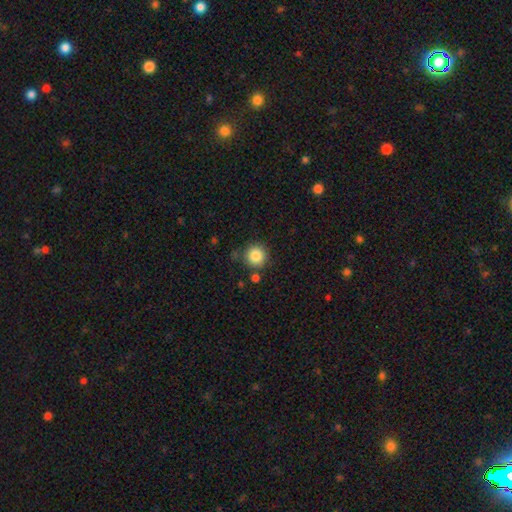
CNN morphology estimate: Overall: smooth (84%). How rounded: round (94%). Merging: none (81%).